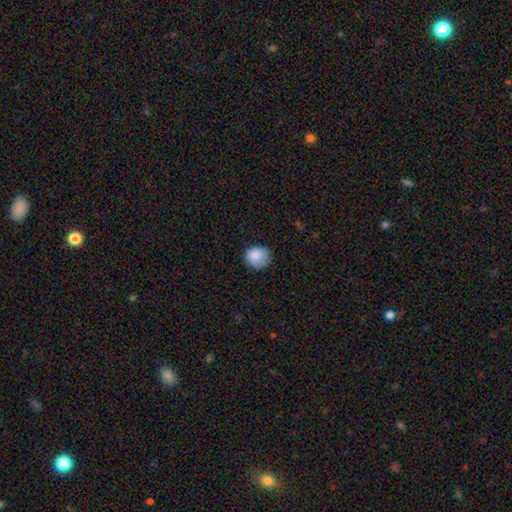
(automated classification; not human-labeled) smooth 86%, star or artifact 8%, featured or disk 7%. Down the decision tree: how rounded — round (68%); merging — none (68%).